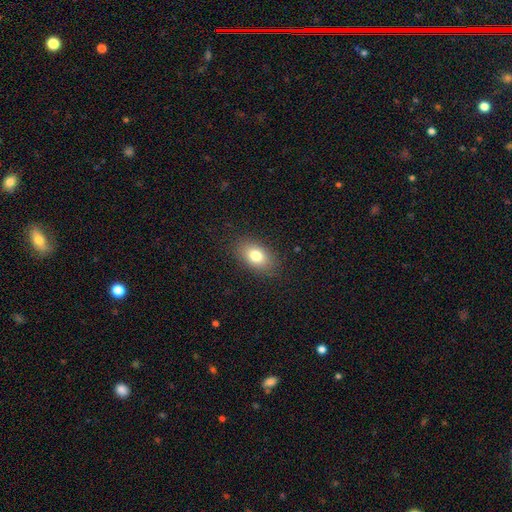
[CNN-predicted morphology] smooth-or-featured: smooth: 78% | featured or disk: 12% | star or artifact: 9%
  how-rounded: in between: 86% | round: 12% | cigar-shaped: 2%
  merging: none: 85% | minor disturbance: 10% | major disturbance: 3% | merger: 1%